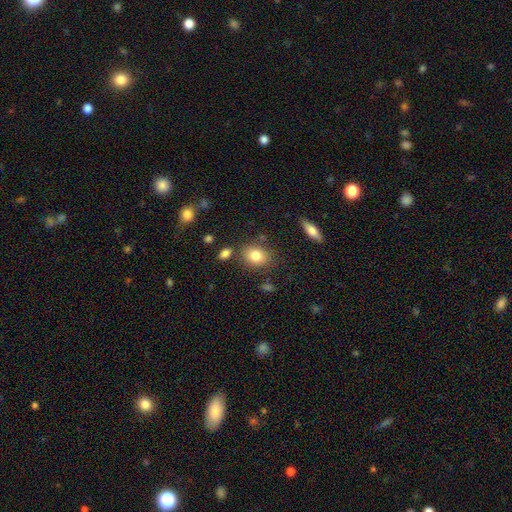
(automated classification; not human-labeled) The model was most divided on "how rounded": in between: 57%, round: 41%, cigar-shaped: 2%. More confident: smooth or featured — smooth (81%); merging — none (78%).